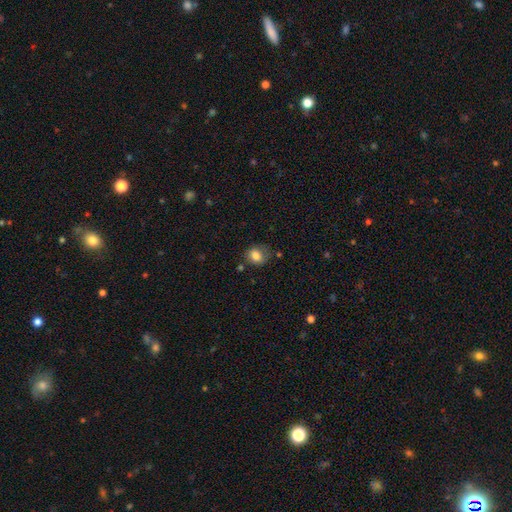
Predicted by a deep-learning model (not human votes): Morphology: type=smooth (81%); roundness=round (51%); merging=none (61%).